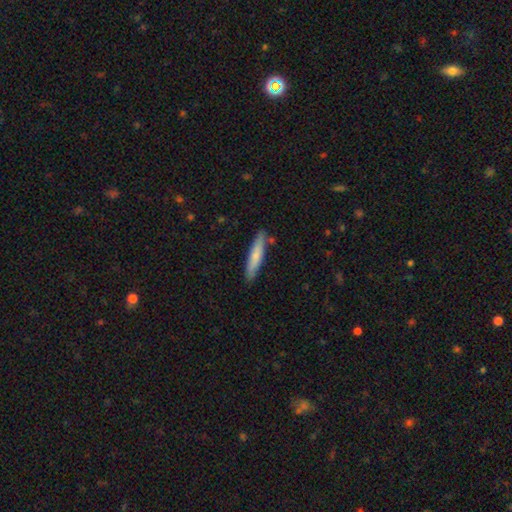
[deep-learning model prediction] Morphology: type=smooth (73%); roundness=cigar-shaped (90%); merging=none (86%).